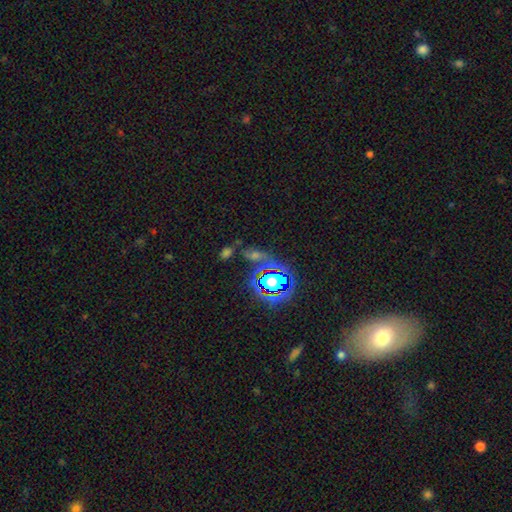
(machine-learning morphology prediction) This appears to be a star or artifact, not a galaxy (54%).